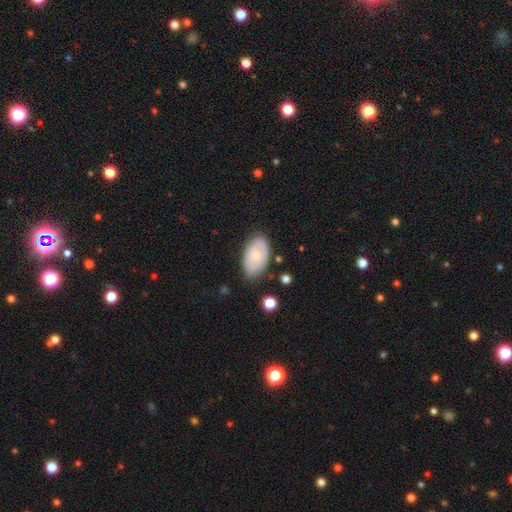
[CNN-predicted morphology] smooth_or_featured: smooth (p=0.57) [alt: featured or disk p=0.36]
how_rounded: in between (p=0.91) [alt: round p=0.08]
merging: none (p=0.66) [alt: minor disturbance p=0.26]